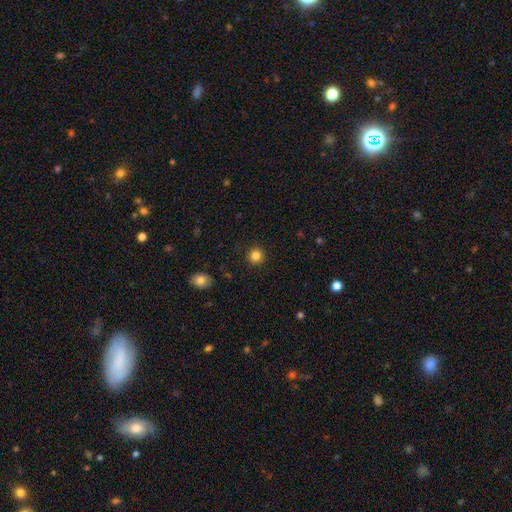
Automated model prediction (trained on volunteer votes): A smooth galaxy with no disk features (84%) that is round (94%). Merging: none (91%).